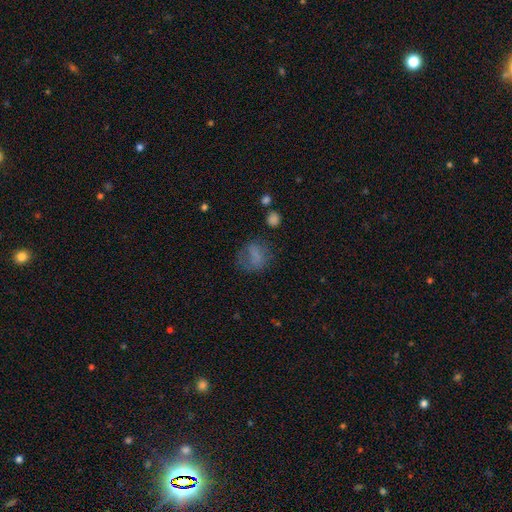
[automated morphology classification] This is likely a smooth galaxy (67%). How rounded: possibly round (58%). Merging: possibly none (49%).